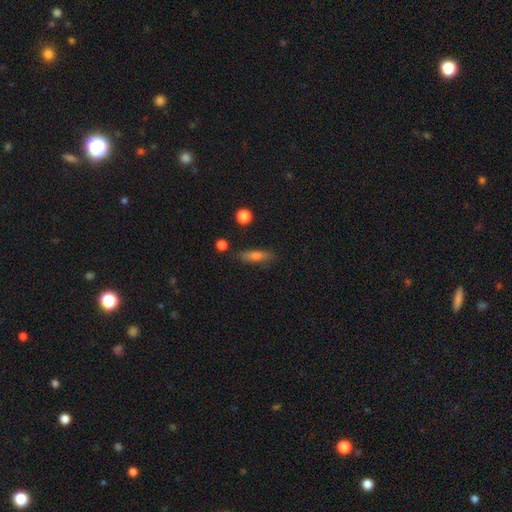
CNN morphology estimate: type=smooth (68%); roundness=cigar-shaped (60%); merging=none (81%).